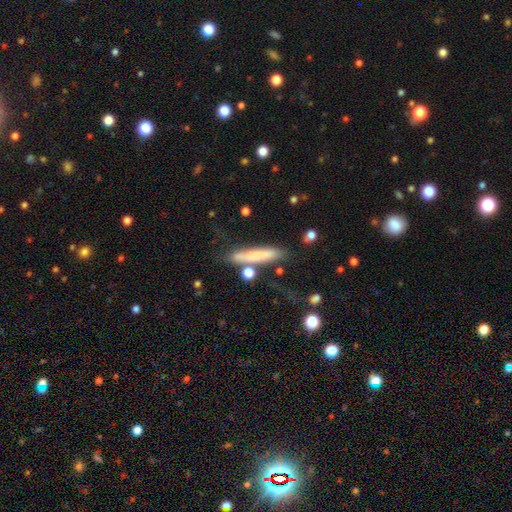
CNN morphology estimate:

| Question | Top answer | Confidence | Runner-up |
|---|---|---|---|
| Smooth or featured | smooth | 70% | featured or disk (23%) |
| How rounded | cigar-shaped | 89% | in between (9%) |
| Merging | none | 70% | minor disturbance (17%) |